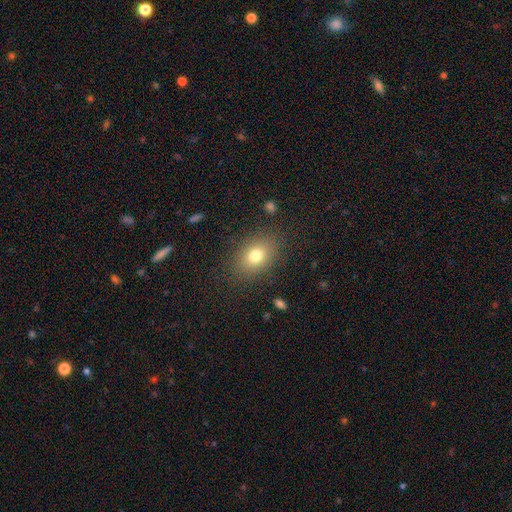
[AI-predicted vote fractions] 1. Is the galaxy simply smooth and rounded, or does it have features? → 77% smooth, 12% star or artifact, 11% featured or disk.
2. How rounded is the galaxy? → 72% in between, 27% round, 1% cigar-shaped.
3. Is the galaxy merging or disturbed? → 84% none, 10% minor disturbance, 4% major disturbance, 1% merger.